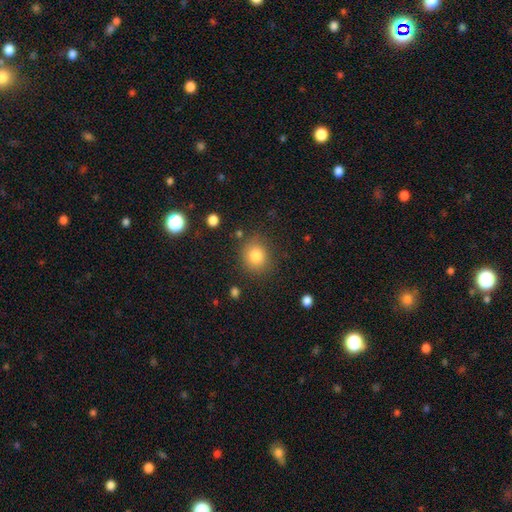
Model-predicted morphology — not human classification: A smooth galaxy with no disk features (81%) that is round (79%). Merging: none (84%).